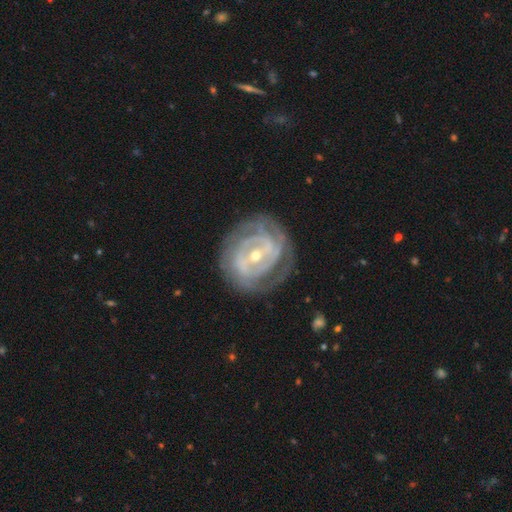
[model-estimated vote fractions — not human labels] This appears to be a featured or disk galaxy (88%) with a strong bar (40%), tight (71%) spiral arms (91%) and a small central bulge (58%). Merging: none (74%).